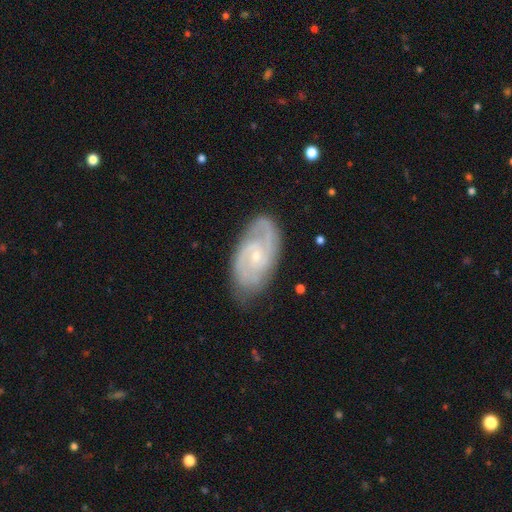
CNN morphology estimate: Overall: featured or disk (84%). Edge-on disk: no (96%). Bar: no (60%; weak 34%). Spiral arms: yes (96%). Spiral arm count: 2 (61%). Spiral winding: tight (52%; medium 39%). Bulge size: small (75%). Merging: none (77%).